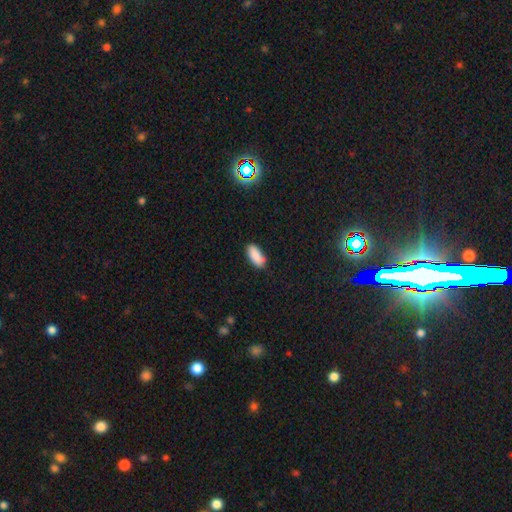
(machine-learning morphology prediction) This is clearly a smooth galaxy (88%). How rounded: clearly in between (87%). Merging: likely none (80%).